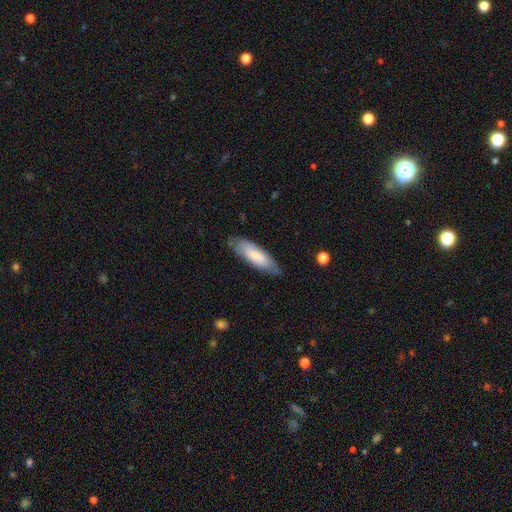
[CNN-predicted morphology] smooth 74%, featured or disk 20%, star or artifact 6%. Down the decision tree: how rounded — in between (56%); merging — none (75%).